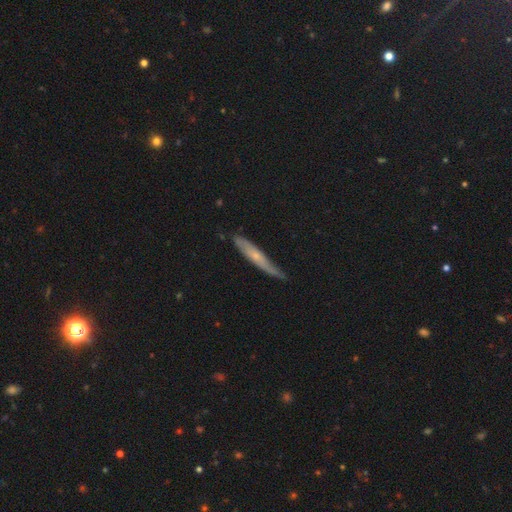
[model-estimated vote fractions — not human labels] The model was most divided on "smooth or featured": featured or disk: 55%, smooth: 39%, star or artifact: 6%. More confident: edge-on disk — yes (72%); merging — none (67%).